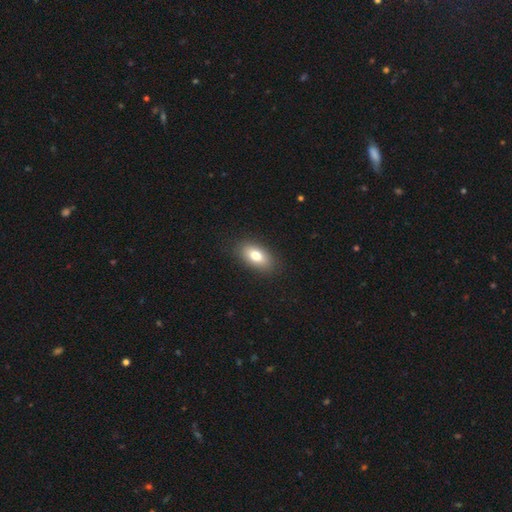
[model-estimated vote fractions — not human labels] A smooth galaxy with no disk features (79%) that is in between round and cigar-shaped (90%). Merging: none (87%).